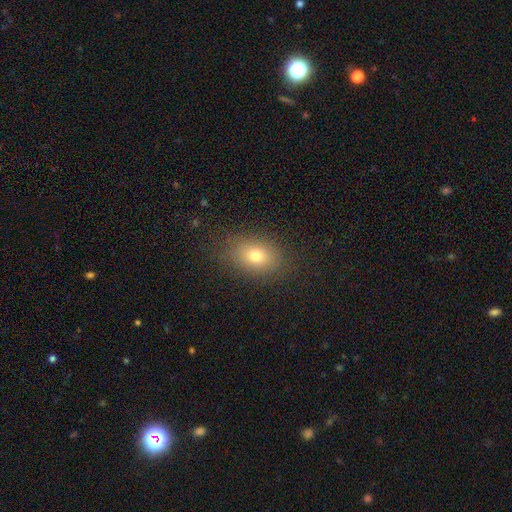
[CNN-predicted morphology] This is likely a smooth galaxy (76%). How rounded: likely in between (75%). Merging: clearly none (84%).